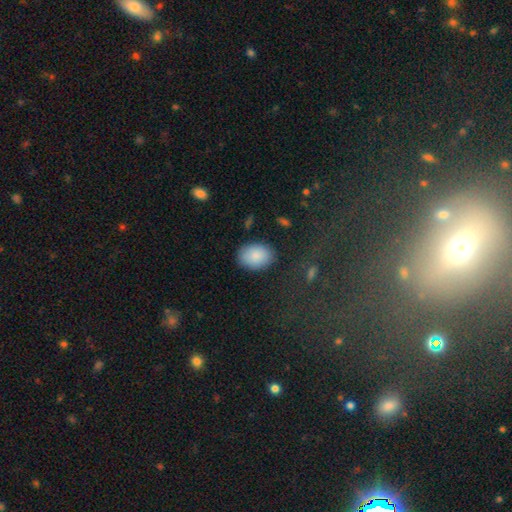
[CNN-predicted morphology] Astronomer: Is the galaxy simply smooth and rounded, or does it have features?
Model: smooth — 88%.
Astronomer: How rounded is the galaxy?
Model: in between — 73%.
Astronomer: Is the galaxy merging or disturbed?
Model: none — 85%.